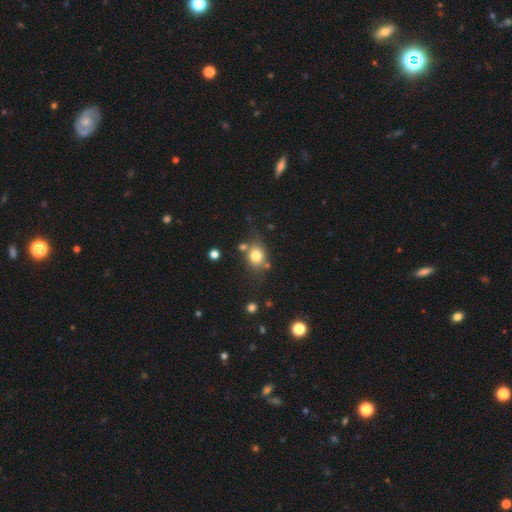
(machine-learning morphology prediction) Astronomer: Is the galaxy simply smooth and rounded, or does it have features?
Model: smooth — 78%.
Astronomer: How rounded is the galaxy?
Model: round — 60% (runner-up: in between, 39%).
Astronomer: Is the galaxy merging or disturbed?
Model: none — 66%.